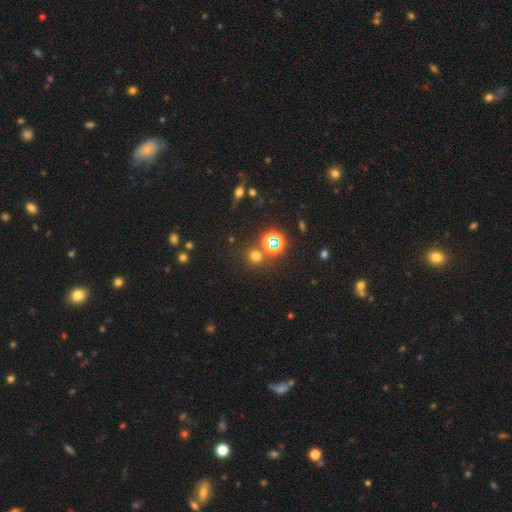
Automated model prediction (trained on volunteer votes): Q: Smooth or featured?
A: smooth (62%); runner-up: star or artifact (31%)
Q: How rounded?
A: round (90%); runner-up: in between (9%)
Q: Merging?
A: none (79%); runner-up: merger (10%)